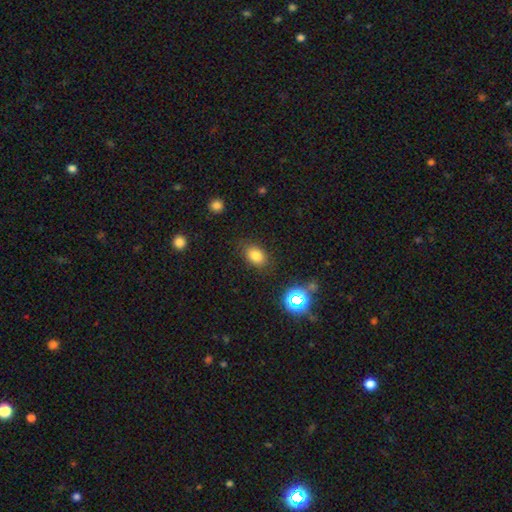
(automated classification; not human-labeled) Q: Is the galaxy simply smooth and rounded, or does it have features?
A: smooth — 78%.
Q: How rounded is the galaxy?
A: in between — 76%.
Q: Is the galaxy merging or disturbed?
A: none — 82%.